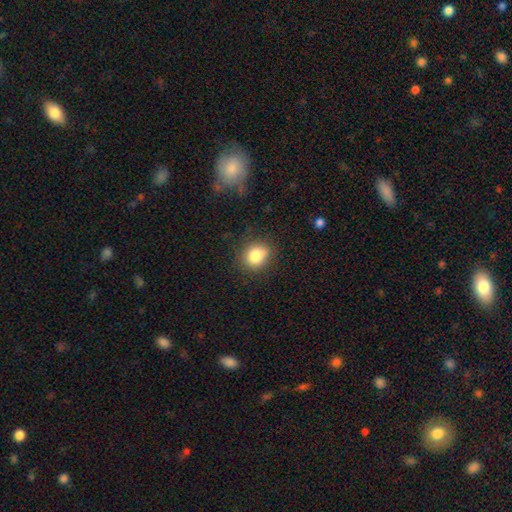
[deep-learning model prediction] Smooth or featured: smooth — 82% (star or artifact — 10%)
How rounded: round — 68% (in between — 31%)
Merging: none — 77% (minor disturbance — 16%)